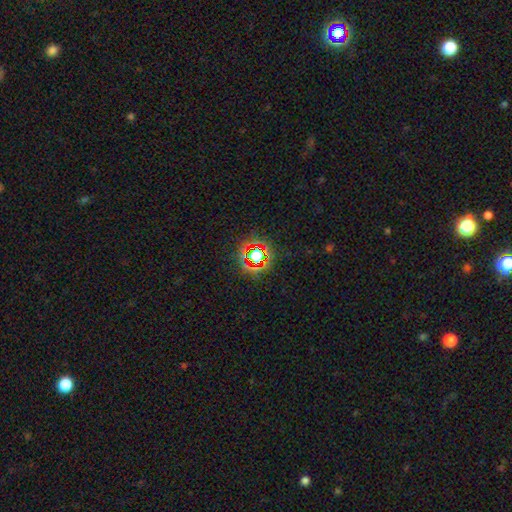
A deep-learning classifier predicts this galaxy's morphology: Smooth or featured: star or artifact — 68% (smooth — 20%)